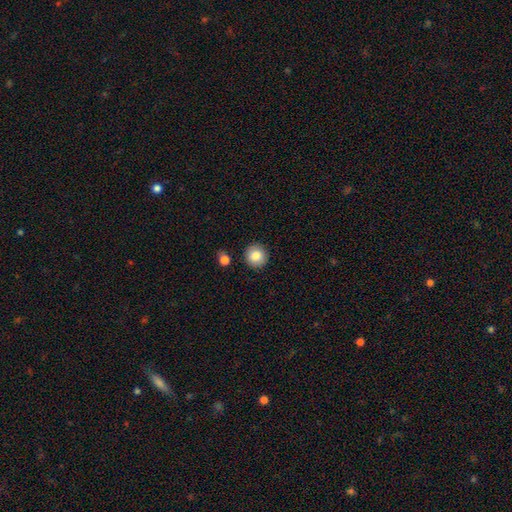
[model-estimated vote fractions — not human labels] Smooth or featured? Predicted: smooth (p=0.84). How rounded? Predicted: round (p=0.94). Merging? Predicted: none (p=0.89).